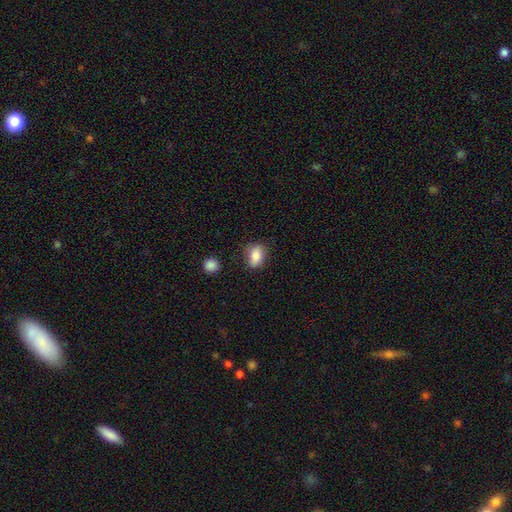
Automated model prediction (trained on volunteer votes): Overall: smooth (83%). How rounded: in between (77%). Merging: none (74%).